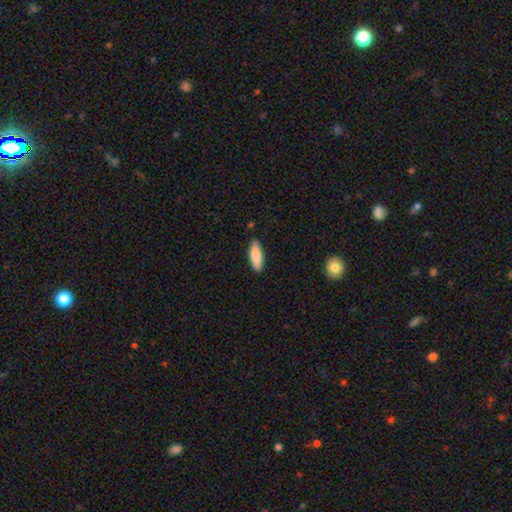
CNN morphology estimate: type=smooth (86%); roundness=in between (66%); merging=none (87%).